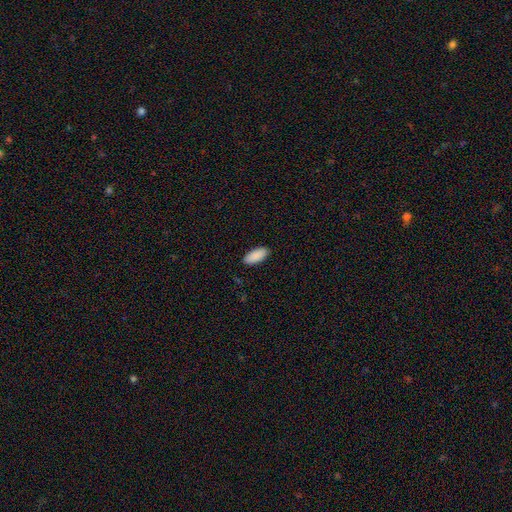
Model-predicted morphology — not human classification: This appears to be a smooth galaxy with no disk features (91%) that is in between round and cigar-shaped (89%). Merging: none (89%).